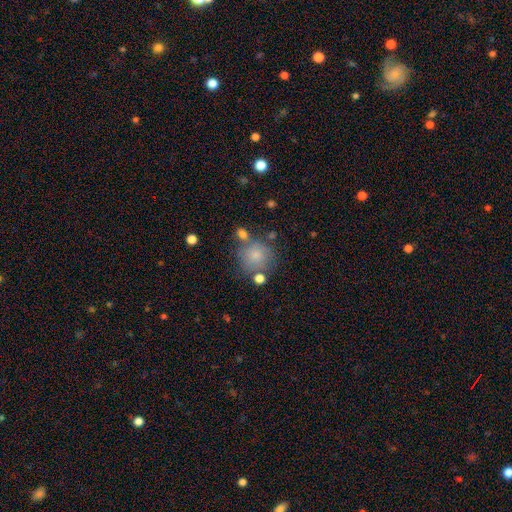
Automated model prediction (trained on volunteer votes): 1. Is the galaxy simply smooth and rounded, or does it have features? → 77% smooth, 13% featured or disk, 10% star or artifact.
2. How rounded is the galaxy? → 89% round, 10% in between, 1% cigar-shaped.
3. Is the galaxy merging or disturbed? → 63% none, 16% minor disturbance, 14% merger, 7% major disturbance.